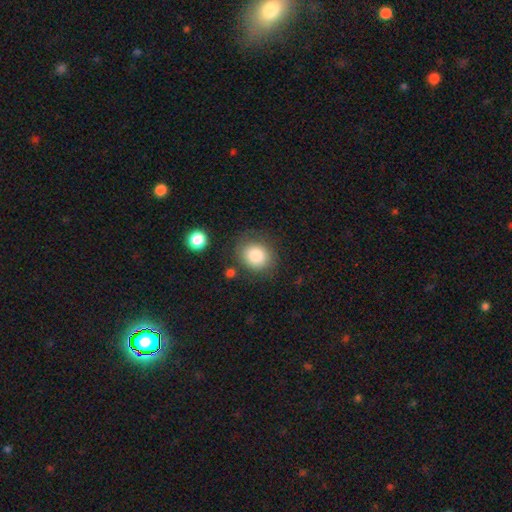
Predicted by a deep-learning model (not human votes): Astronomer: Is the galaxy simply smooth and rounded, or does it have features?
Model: smooth — 83%.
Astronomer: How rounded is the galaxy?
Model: round — 72%.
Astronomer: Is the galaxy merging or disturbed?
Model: none — 77%.